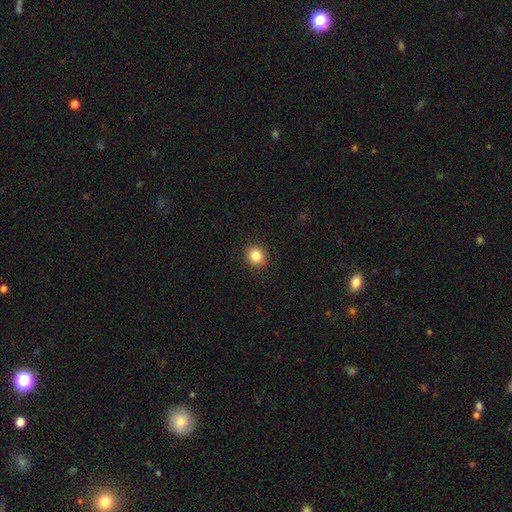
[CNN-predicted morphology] A smooth galaxy with no disk features (84%) that is round (76%).

Vote fractions:
- Smooth or featured? smooth: 84% / star or artifact: 10% / featured or disk: 6%
- How rounded? round: 76% / in between: 23% / cigar-shaped: 1%
- Merging? none: 91% / minor disturbance: 6% / major disturbance: 2% / merger: 1%